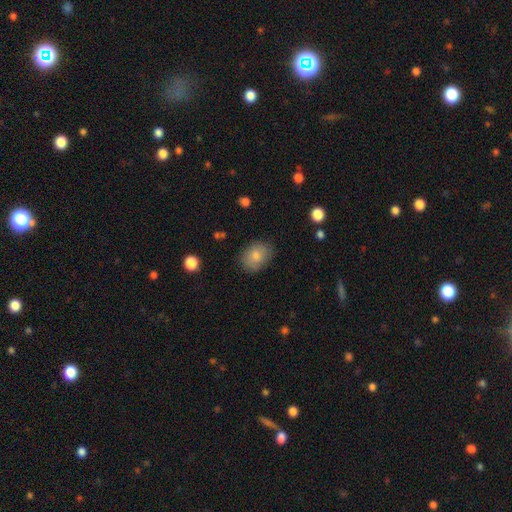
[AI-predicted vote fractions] Smooth or featured?
  - smooth: 80% *
  - featured or disk: 12%
  - star or artifact: 8%
How rounded?
  - in between: 65% *
  - round: 34%
  - cigar-shaped: 1%
Merging?
  - none: 79% *
  - minor disturbance: 16%
  - major disturbance: 4%
  - merger: 1%